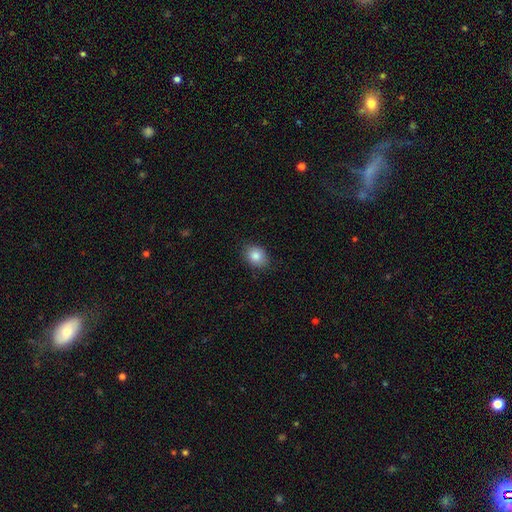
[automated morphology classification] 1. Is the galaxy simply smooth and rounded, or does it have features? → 85% smooth, 9% star or artifact, 7% featured or disk.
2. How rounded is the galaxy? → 60% in between, 39% round, 1% cigar-shaped.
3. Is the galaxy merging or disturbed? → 85% none, 12% minor disturbance, 2% major disturbance, 1% merger.